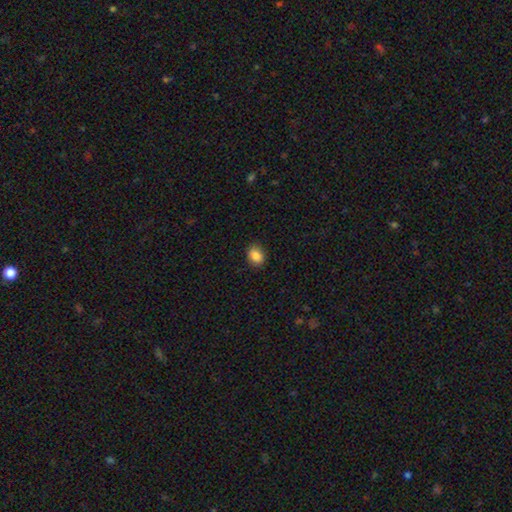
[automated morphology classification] type=smooth (86%); roundness=in between (65%); merging=none (88%).